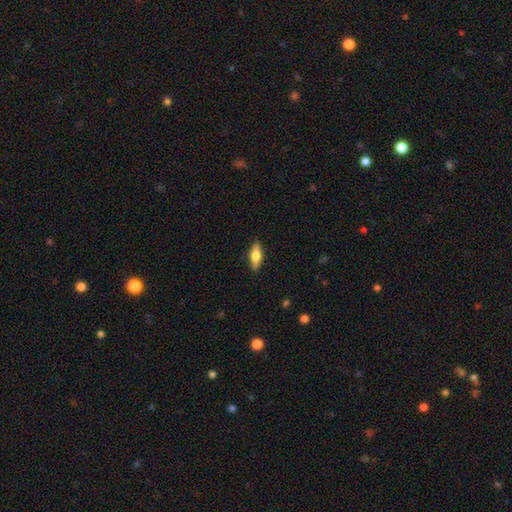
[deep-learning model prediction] Morphology: type=smooth (59%); roundness=in between (61%); merging=none (88%).